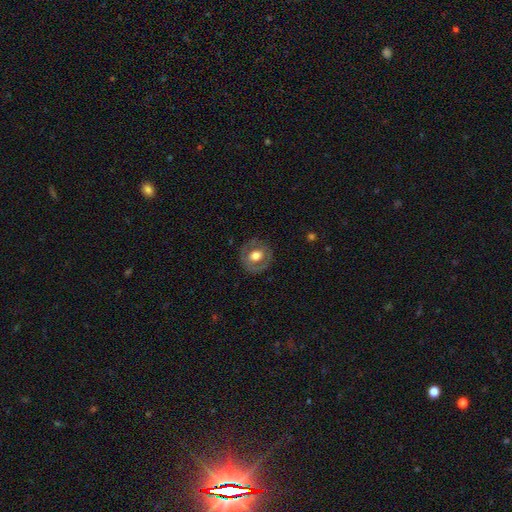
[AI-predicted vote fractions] A smooth galaxy with no disk features (48%).

Vote fractions:
- Smooth or featured? smooth: 48% / featured or disk: 46% / star or artifact: 7%
- Merging? none: 81% / minor disturbance: 13% / major disturbance: 5% / merger: 1%